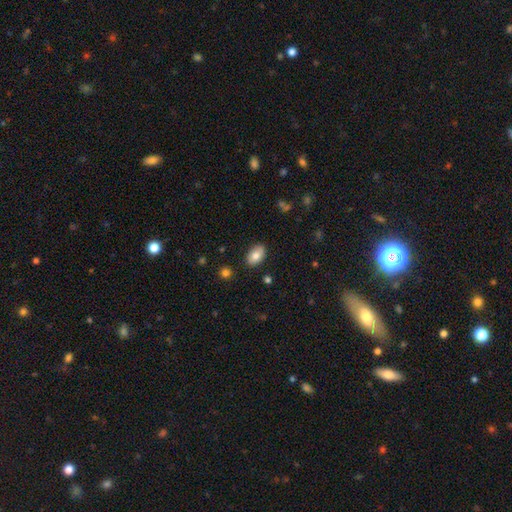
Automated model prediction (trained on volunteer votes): smooth-or-featured: smooth: 78% | featured or disk: 14% | star or artifact: 7%
  how-rounded: in between: 91% | round: 7% | cigar-shaped: 1%
  merging: none: 86% | minor disturbance: 10% | major disturbance: 2% | merger: 2%